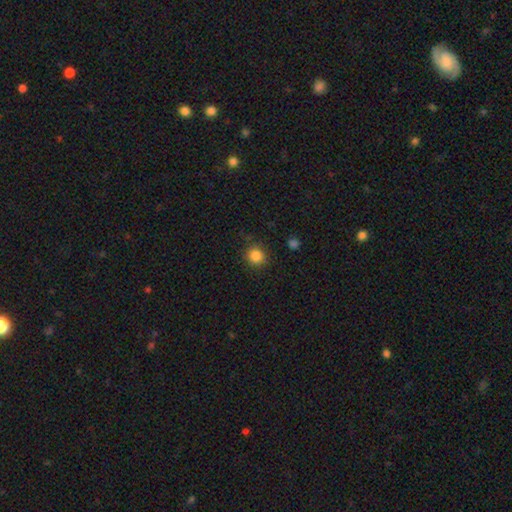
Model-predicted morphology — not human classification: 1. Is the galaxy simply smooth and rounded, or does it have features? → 85% smooth, 11% star or artifact, 4% featured or disk.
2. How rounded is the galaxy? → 91% round, 8% in between, 1% cigar-shaped.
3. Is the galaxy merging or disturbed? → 88% none, 8% minor disturbance, 2% major disturbance, 2% merger.